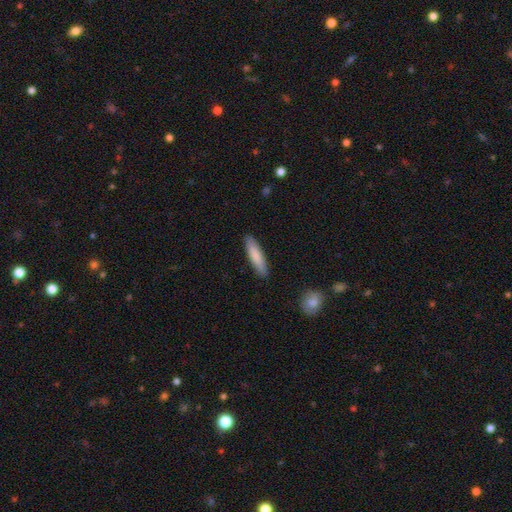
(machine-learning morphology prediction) This appears to be a smooth galaxy with no disk features (84%) that is cigar-shaped (76%). Merging: none (88%).